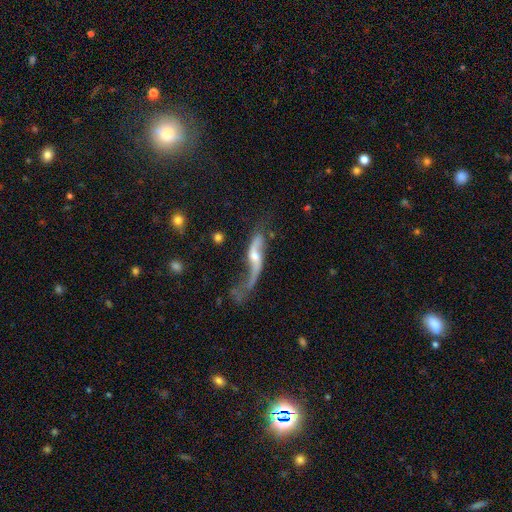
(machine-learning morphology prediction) type=featured or disk (82%); edge-on=no (79%); bar=no (53%); spiral arms=yes (88%); winding=loose (91%); arm count=2 (80%); bulge=moderate (53%); merging=major disturbance (35%).